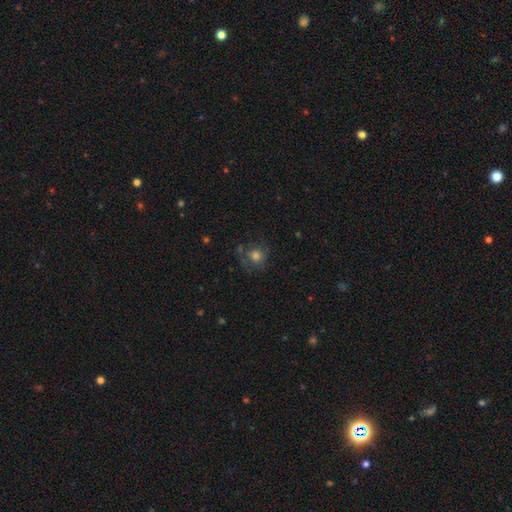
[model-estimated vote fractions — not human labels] Morphology: type=smooth (55%); roundness=round (83%); merging=none (61%).